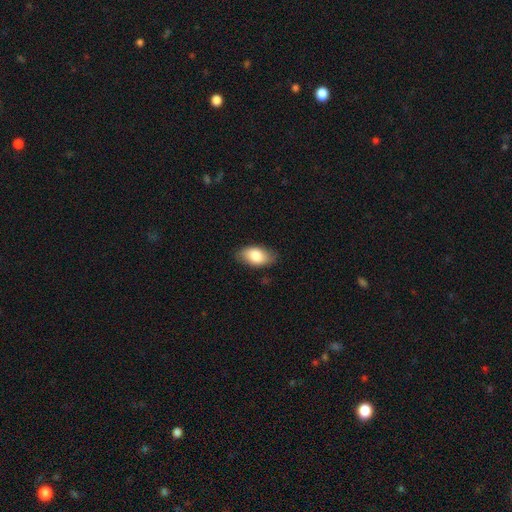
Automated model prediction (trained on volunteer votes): This is clearly a smooth galaxy (81%). How rounded: clearly in between (93%). Merging: clearly none (83%).